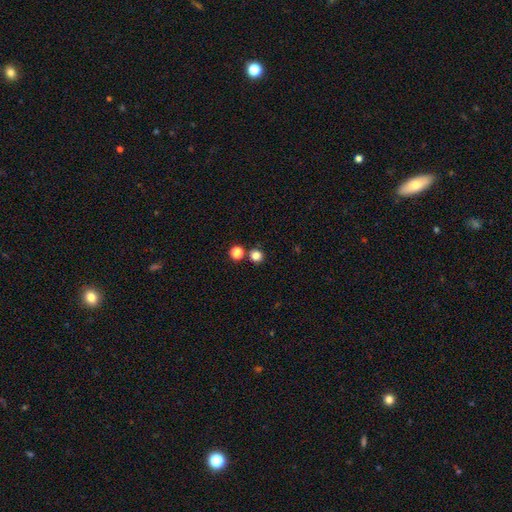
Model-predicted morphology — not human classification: A smooth galaxy with no disk features (81%) that is round (92%).

Vote fractions:
- Smooth or featured? smooth: 81% / star or artifact: 14% / featured or disk: 4%
- How rounded? round: 92% / in between: 7% / cigar-shaped: 1%
- Merging? none: 81% / merger: 11% / minor disturbance: 6% / major disturbance: 2%